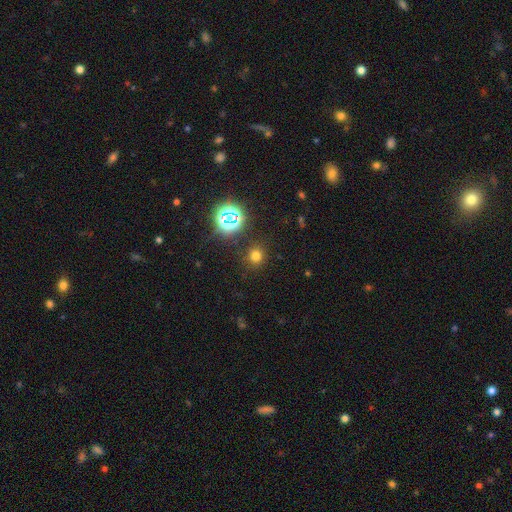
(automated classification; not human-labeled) A smooth galaxy with no disk features (67%) that is round (86%). Merging: none (87%).